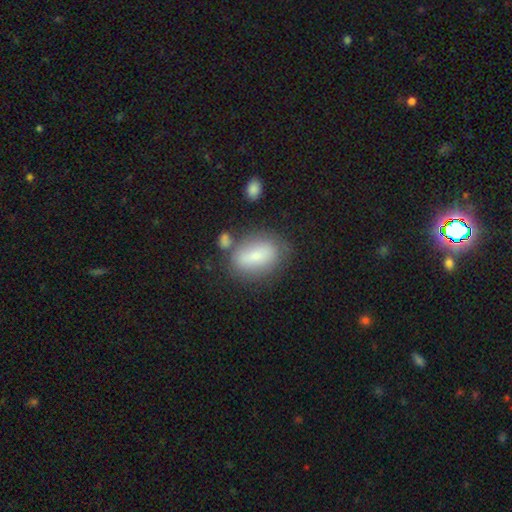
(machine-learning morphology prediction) The model was most divided on "merging": none: 63%, minor disturbance: 18%, merger: 12%, major disturbance: 7%. More confident: how rounded — in between (83%); smooth or featured — smooth (72%).